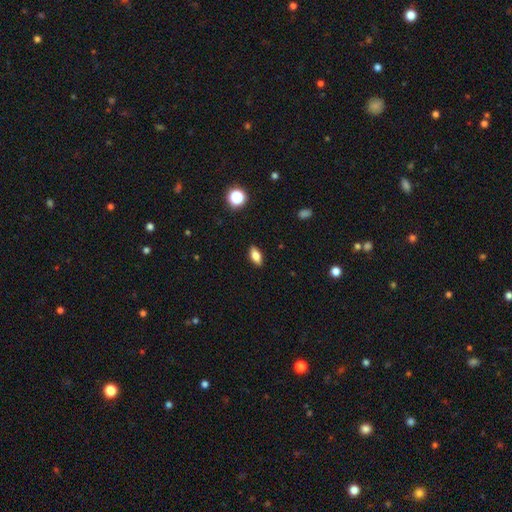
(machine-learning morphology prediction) smooth-or-featured: smooth: 76% | featured or disk: 15% | star or artifact: 9%
  how-rounded: in between: 84% | cigar-shaped: 11% | round: 5%
  merging: none: 89% | minor disturbance: 8% | major disturbance: 2% | merger: 1%